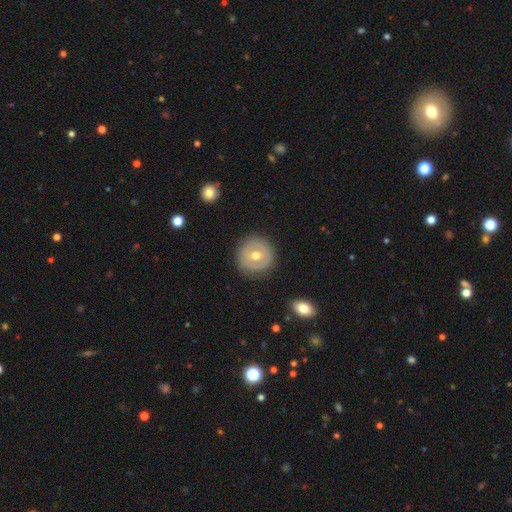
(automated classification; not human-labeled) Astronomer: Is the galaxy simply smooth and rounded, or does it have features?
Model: featured or disk — 52% (runner-up: smooth, 42%).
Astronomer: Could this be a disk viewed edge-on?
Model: no — 96%.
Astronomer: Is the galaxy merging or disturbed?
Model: none — 86%.